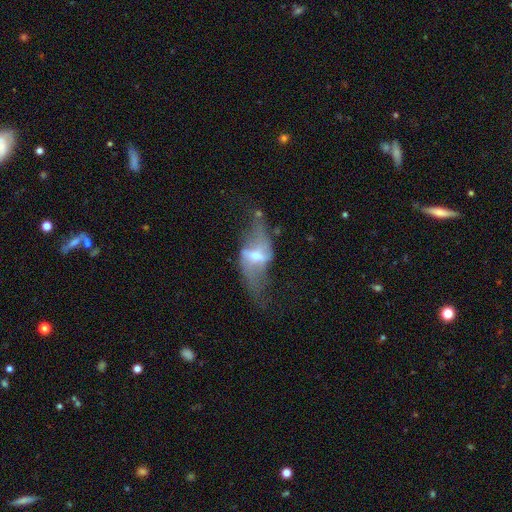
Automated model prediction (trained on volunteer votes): A featured or disk galaxy (77%) with a strong bar (51%), spiral arms (61%) and a moderate central bulge (50%). Merging: none (45%).